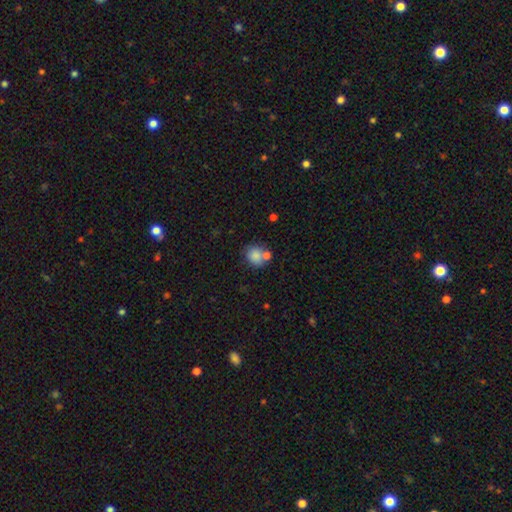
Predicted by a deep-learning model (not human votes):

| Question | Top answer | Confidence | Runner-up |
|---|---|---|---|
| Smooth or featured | smooth | 83% | star or artifact (10%) |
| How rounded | round | 72% | in between (27%) |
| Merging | none | 58% | merger (23%) |